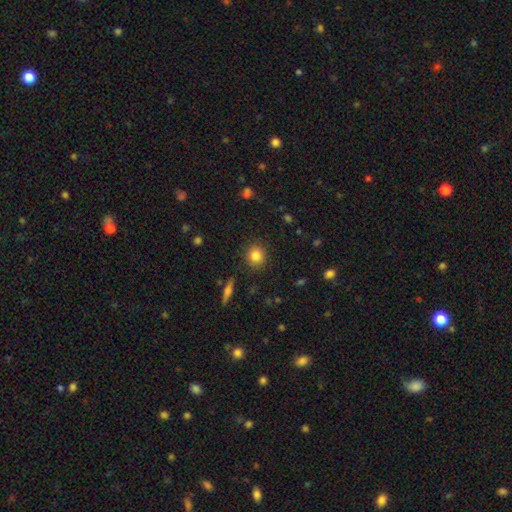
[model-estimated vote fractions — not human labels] This appears to be a smooth galaxy with no disk features (83%) that is round (86%). Merging: none (89%).